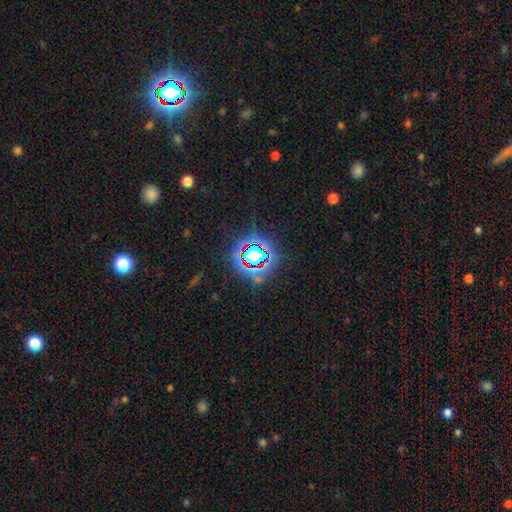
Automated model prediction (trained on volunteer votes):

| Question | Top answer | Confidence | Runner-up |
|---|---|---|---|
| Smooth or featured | star or artifact | 76% | smooth (14%) |